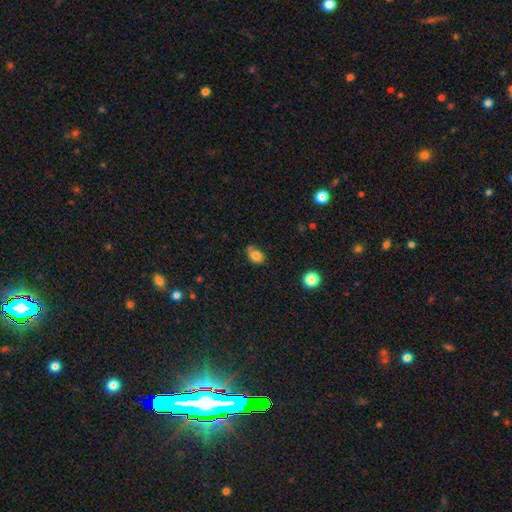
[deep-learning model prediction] A smooth galaxy with no disk features (80%) that is in between round and cigar-shaped (74%). Merging: none (59%).